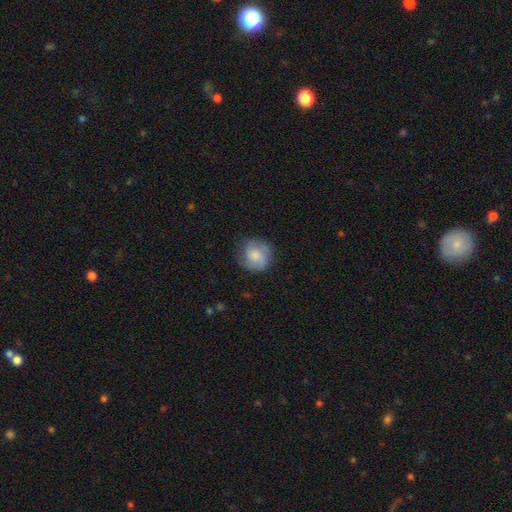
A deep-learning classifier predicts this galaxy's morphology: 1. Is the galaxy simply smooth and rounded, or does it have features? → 57% smooth, 36% featured or disk, 7% star or artifact.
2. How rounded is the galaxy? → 87% round, 12% in between, 1% cigar-shaped.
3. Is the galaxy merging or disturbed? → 73% none, 19% minor disturbance, 7% major disturbance, 1% merger.